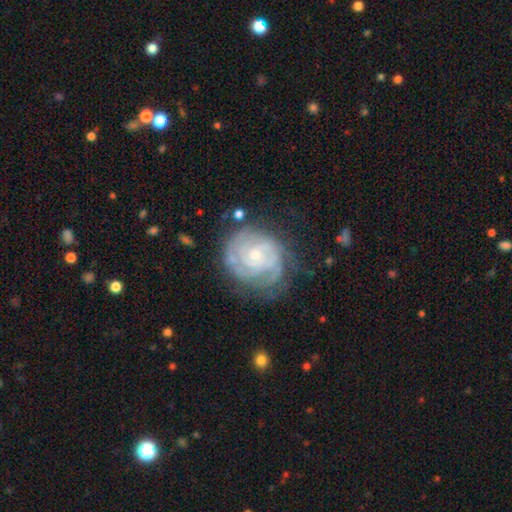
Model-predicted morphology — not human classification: Smooth or featured?
  - featured or disk: 86% *
  - smooth: 9%
  - star or artifact: 6%
Edge-on disk?
  - no: 98% *
  - yes: 2%
Bar?
  - no: 74% *
  - weak: 21%
  - strong: 4%
Spiral arms?
  - yes: 96% *
  - no: 4%
Spiral winding?
  - tight: 77% *
  - medium: 19%
  - loose: 4%
Spiral arm count?
  - can't tell: 30% *
  - 3: 23%
  - 2: 20%
  - 4: 16%
  - more than 4: 6%
  - 1: 5%
Bulge size?
  - small: 73% *
  - moderate: 23%
  - none: 2%
  - large: 1%
  - dominant: 1%
Merging?
  - none: 66% *
  - minor disturbance: 21%
  - major disturbance: 11%
  - merger: 2%